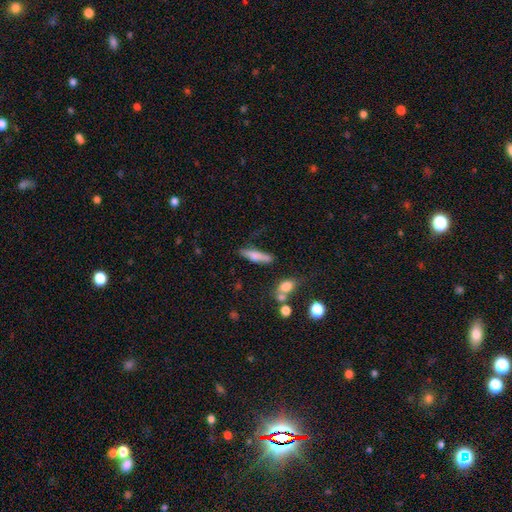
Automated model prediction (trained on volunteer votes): Smooth or featured: smooth — 67% (featured or disk — 25%)
How rounded: cigar-shaped — 71% (in between — 27%)
Merging: none — 67% (minor disturbance — 20%)